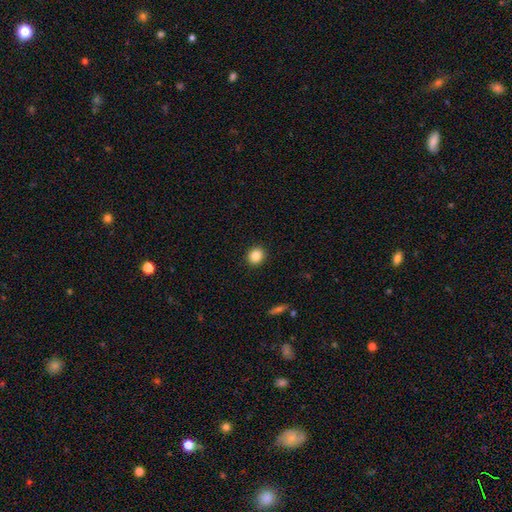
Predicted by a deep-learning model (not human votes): smooth 86%, star or artifact 10%, featured or disk 5%. Down the decision tree: how rounded — round (86%); merging — none (92%).